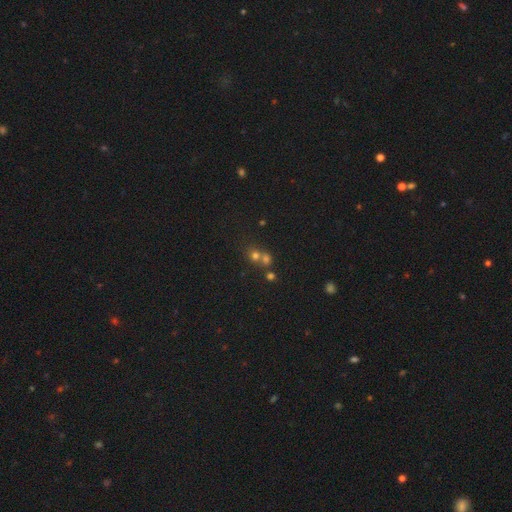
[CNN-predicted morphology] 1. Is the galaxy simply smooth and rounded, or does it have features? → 63% smooth, 24% star or artifact, 12% featured or disk.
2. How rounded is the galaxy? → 84% round, 15% in between, 1% cigar-shaped.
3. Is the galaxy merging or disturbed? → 51% merger, 41% none, 6% minor disturbance, 3% major disturbance.